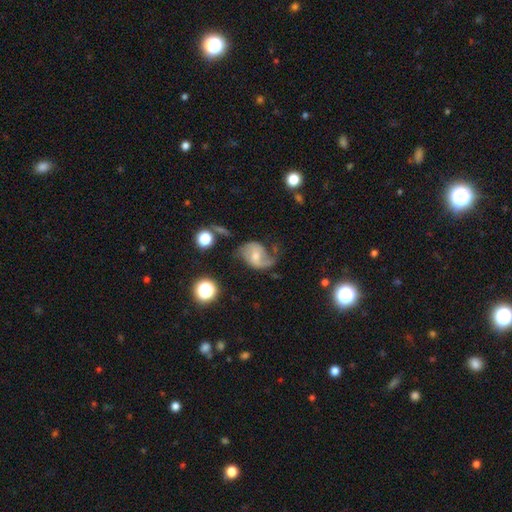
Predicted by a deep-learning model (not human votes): smooth-or-featured: featured or disk: 74% | smooth: 18% | star or artifact: 8%
  disk-edge-on: no: 97% | yes: 3%
    bar: weak: 44% | no: 43% | strong: 13%
    has-spiral-arms: yes: 91% | no: 9%
      spiral-winding: loose: 51% | medium: 37% | tight: 12%
      spiral-arm-count: 2: 77% | 1: 14% | can't tell: 6% | 3: 1% | 4: 1% | more than 4: 1%
    bulge-size: moderate: 54% | small: 35% | large: 5% | none: 4% | dominant: 1%
  merging: none: 50% | minor disturbance: 25% | major disturbance: 21% | merger: 4%